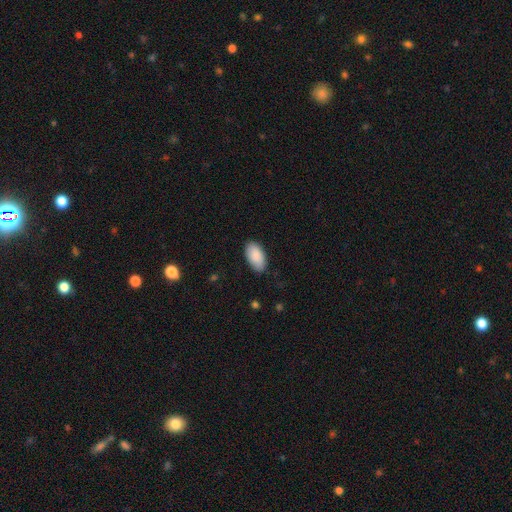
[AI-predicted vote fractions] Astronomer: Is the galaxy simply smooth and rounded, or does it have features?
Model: smooth — 89%.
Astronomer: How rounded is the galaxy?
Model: in between — 95%.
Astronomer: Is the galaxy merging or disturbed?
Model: none — 84%.